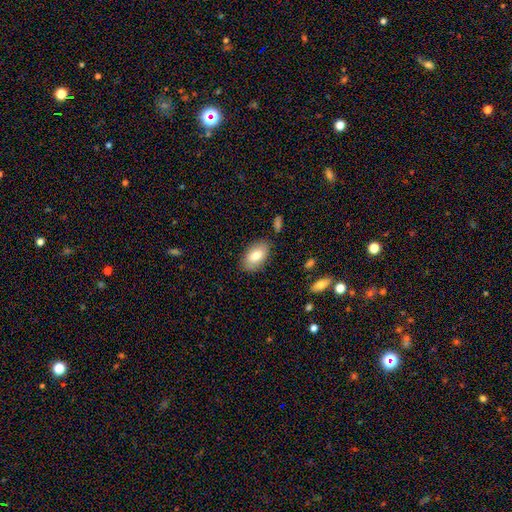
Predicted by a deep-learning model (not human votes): Overall: smooth (80%). How rounded: in between (93%). Merging: none (82%).